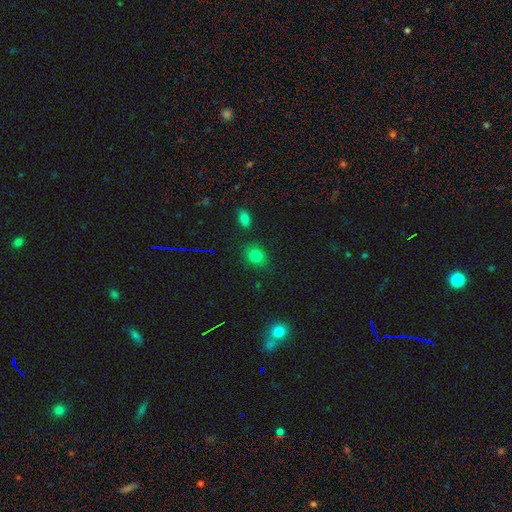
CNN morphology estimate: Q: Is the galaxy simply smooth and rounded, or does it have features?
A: smooth — 77%.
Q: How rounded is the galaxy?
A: round — 62%.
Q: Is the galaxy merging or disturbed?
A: none — 83%.